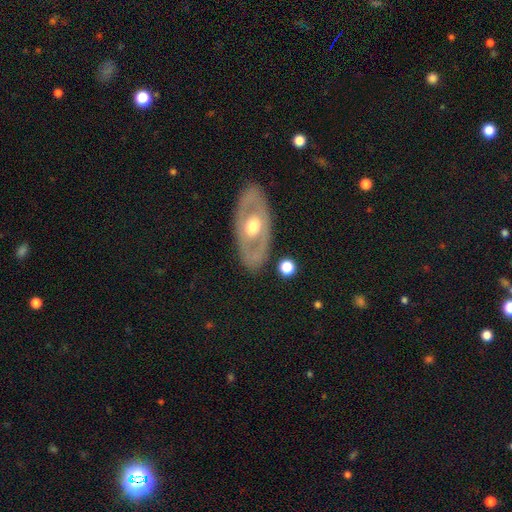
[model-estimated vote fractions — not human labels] Smooth or featured? Predicted: featured or disk (p=0.64). Edge-on disk? Predicted: no (p=0.84). Bar? Predicted: no (p=0.84). Spiral arms? Predicted: no (p=0.82). Bulge size? Predicted: moderate (p=0.71). Merging? Predicted: none (p=0.84).